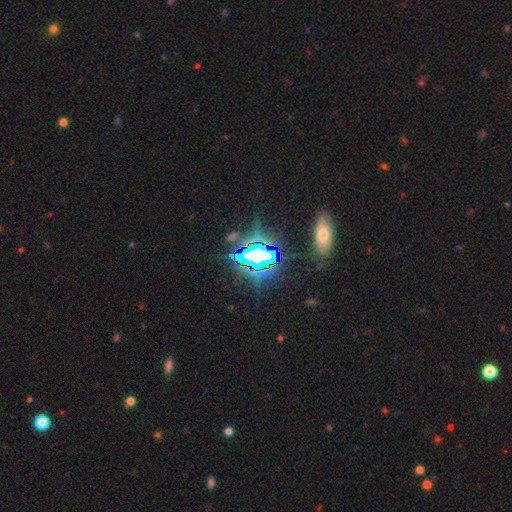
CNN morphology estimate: This is likely a star or artifact rather than a galaxy (73%).